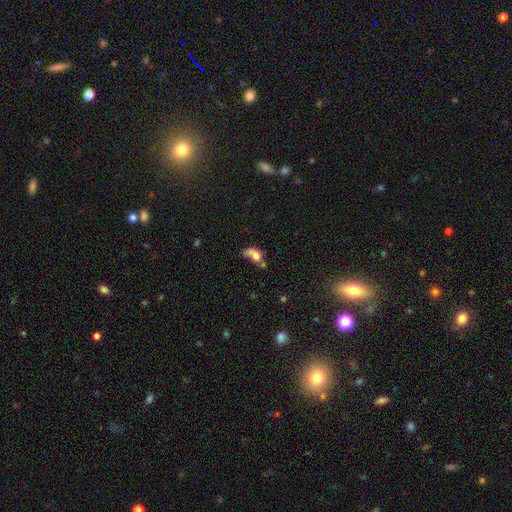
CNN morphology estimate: Q: Smooth or featured?
A: smooth (63%); runner-up: featured or disk (25%)
Q: How rounded?
A: in between (66%); runner-up: round (29%)
Q: Merging?
A: merger (37%); runner-up: major disturbance (26%)